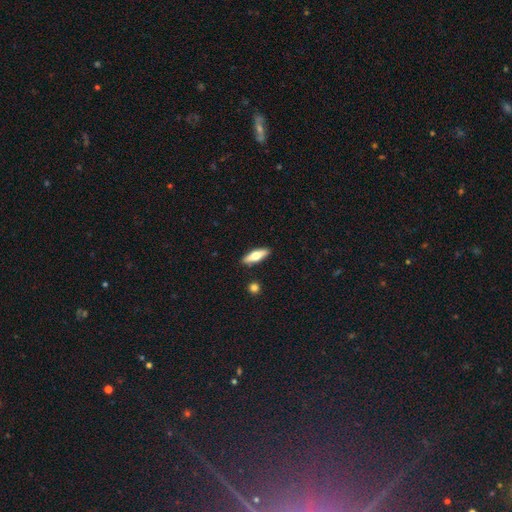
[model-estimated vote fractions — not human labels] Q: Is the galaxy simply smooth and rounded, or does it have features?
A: smooth — 51%.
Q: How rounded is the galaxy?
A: cigar-shaped — 51%.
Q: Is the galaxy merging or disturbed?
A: none — 89%.